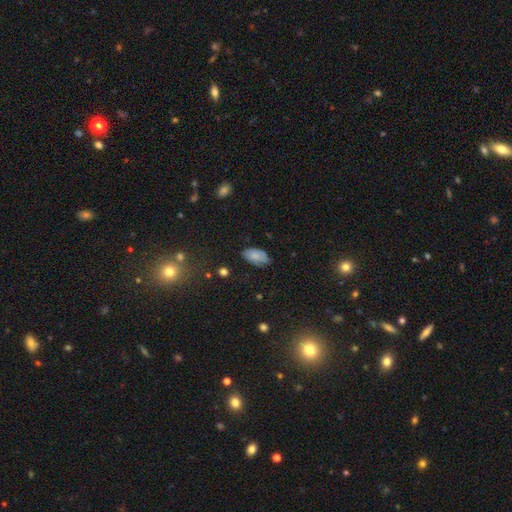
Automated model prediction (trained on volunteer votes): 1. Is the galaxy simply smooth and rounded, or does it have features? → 79% smooth, 12% featured or disk, 8% star or artifact.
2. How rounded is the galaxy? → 94% in between, 3% round, 2% cigar-shaped.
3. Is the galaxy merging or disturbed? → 72% none, 22% minor disturbance, 4% major disturbance, 1% merger.